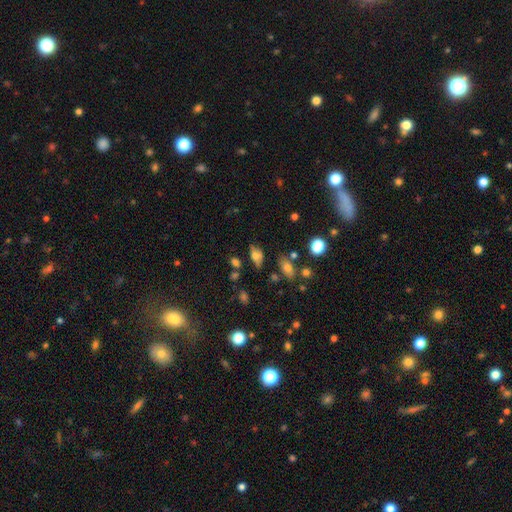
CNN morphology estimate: Smooth or featured? smooth (61%)
How rounded? in between (83%)
Merging? none (55%)